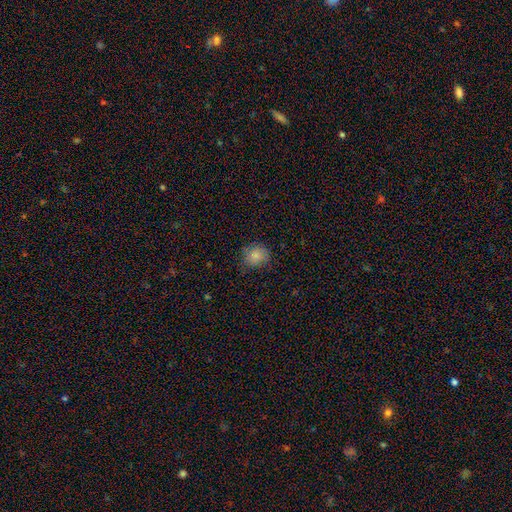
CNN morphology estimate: Smooth or featured?
  - smooth: 84% *
  - star or artifact: 9%
  - featured or disk: 7%
How rounded?
  - round: 75% *
  - in between: 24%
  - cigar-shaped: 1%
Merging?
  - none: 75% *
  - minor disturbance: 19%
  - major disturbance: 5%
  - merger: 1%